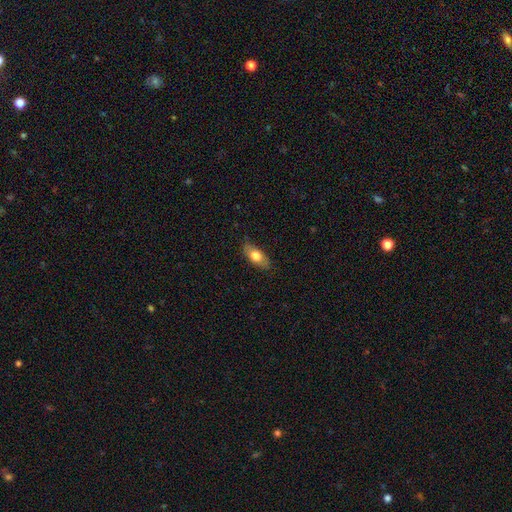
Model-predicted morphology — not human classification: Q: Smooth or featured?
A: smooth (73%); runner-up: featured or disk (20%)
Q: How rounded?
A: in between (84%); runner-up: cigar-shaped (12%)
Q: Merging?
A: none (82%); runner-up: minor disturbance (14%)